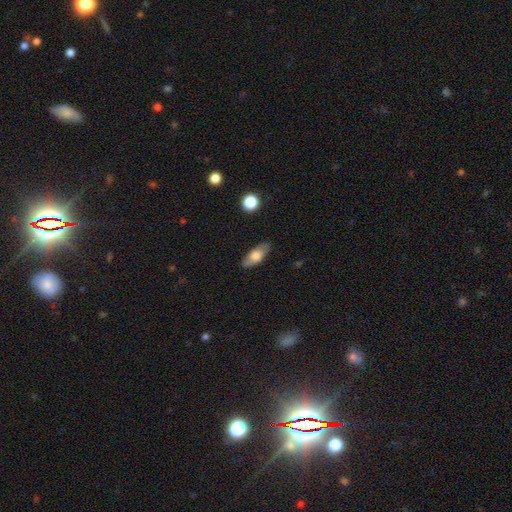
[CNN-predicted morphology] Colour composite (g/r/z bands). It shows a smooth galaxy with no disk features (66%) that is in between round and cigar-shaped (77%). Merging: none (82%).